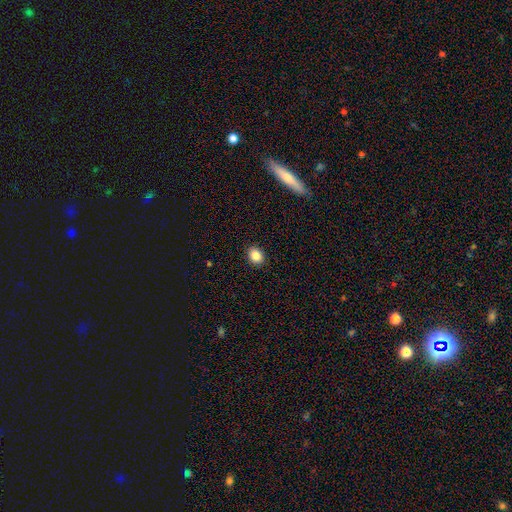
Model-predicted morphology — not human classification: smooth-or-featured: smooth: 86% | star or artifact: 9% | featured or disk: 5%
  how-rounded: in between: 52% | round: 47% | cigar-shaped: 1%
  merging: none: 91% | minor disturbance: 6% | major disturbance: 2% | merger: 1%